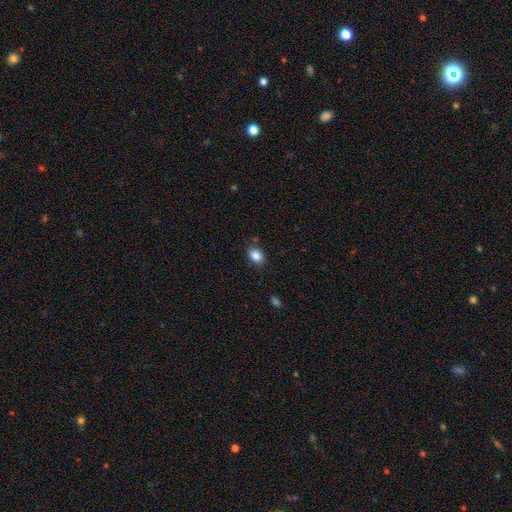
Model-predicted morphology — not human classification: Smooth or featured?
  - smooth: 86% *
  - star or artifact: 9%
  - featured or disk: 6%
How rounded?
  - in between: 79% *
  - round: 19%
  - cigar-shaped: 1%
Merging?
  - none: 83% *
  - minor disturbance: 12%
  - major disturbance: 3%
  - merger: 2%